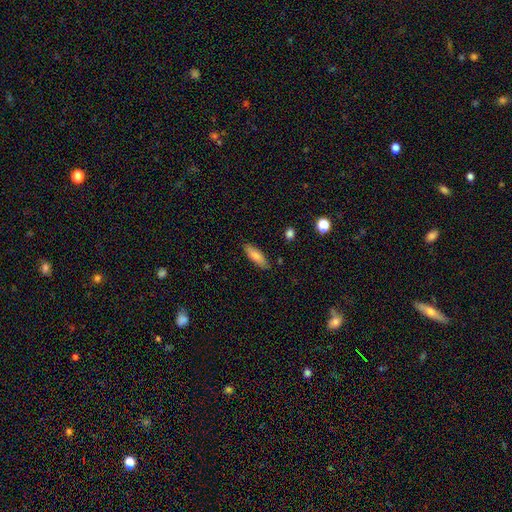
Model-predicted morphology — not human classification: Overall: smooth (79%). How rounded: in between (51%; cigar-shaped 47%). Merging: none (85%).